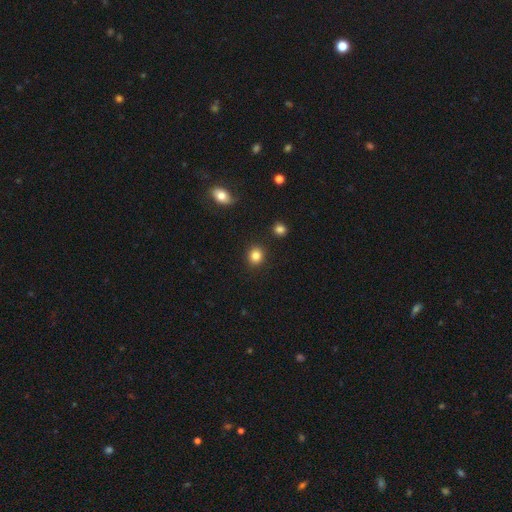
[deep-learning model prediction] smooth_or_featured: smooth (p=0.84) [alt: star or artifact p=0.11]
how_rounded: round (p=0.80) [alt: in between p=0.19]
merging: none (p=0.89) [alt: minor disturbance p=0.06]